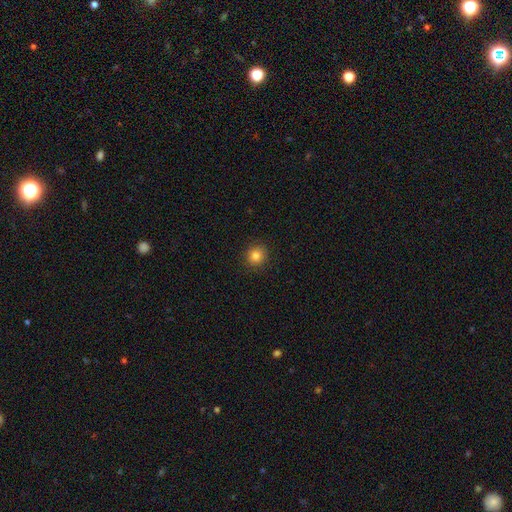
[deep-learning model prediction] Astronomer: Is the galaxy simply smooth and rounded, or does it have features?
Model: smooth — 83%.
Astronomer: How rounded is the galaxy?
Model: round — 91%.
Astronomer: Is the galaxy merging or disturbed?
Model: none — 91%.